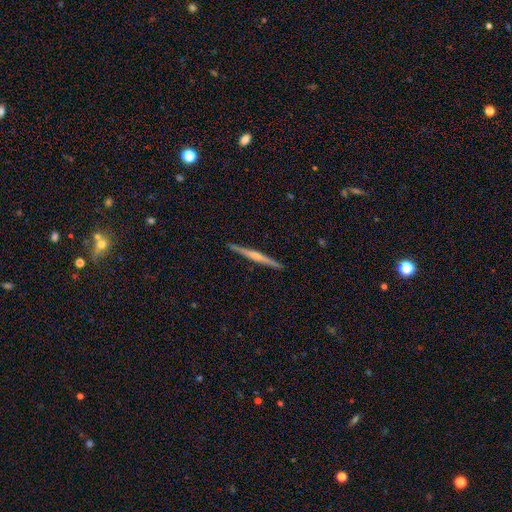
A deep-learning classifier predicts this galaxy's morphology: type=featured or disk (69%); edge-on=yes (98%); edge-on bulge=rounded (59%); merging=none (93%).